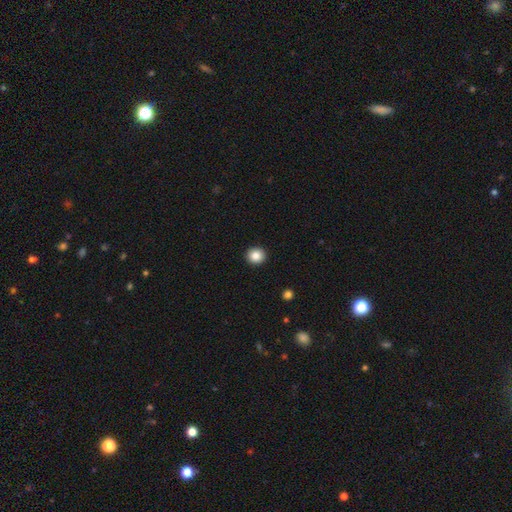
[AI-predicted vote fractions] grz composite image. It shows a smooth galaxy with no disk features (86%) that is round (91%). Merging: none (93%).